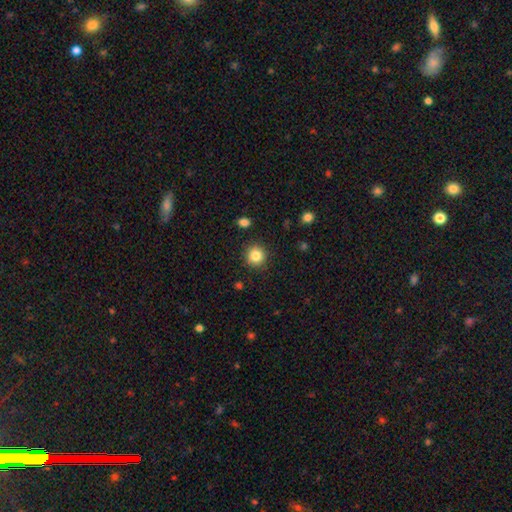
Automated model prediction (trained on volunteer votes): Overall: smooth (84%). How rounded: round (92%). Merging: none (89%).